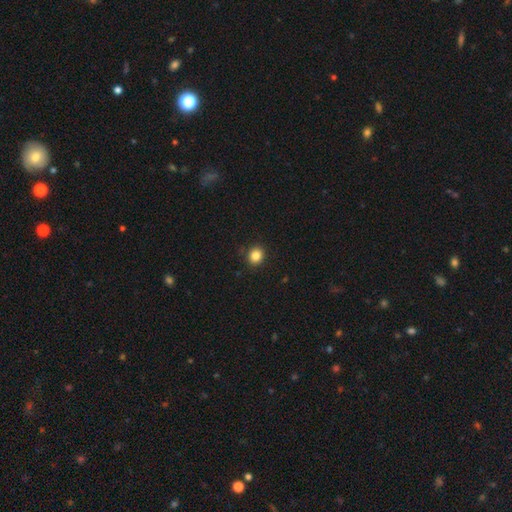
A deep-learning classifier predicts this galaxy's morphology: A smooth galaxy with no disk features (84%) that is round (78%).

Vote fractions:
- Smooth or featured? smooth: 84% / star or artifact: 11% / featured or disk: 5%
- How rounded? round: 78% / in between: 21% / cigar-shaped: 1%
- Merging? none: 90% / minor disturbance: 7% / major disturbance: 2% / merger: 1%